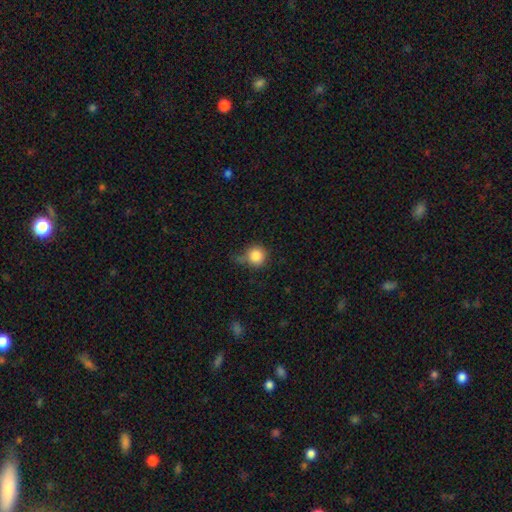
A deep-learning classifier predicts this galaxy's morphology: smooth-or-featured: smooth: 84% | star or artifact: 10% | featured or disk: 6%
  how-rounded: round: 92% | in between: 7% | cigar-shaped: 1%
  merging: none: 55% | minor disturbance: 28% | major disturbance: 11% | merger: 6%